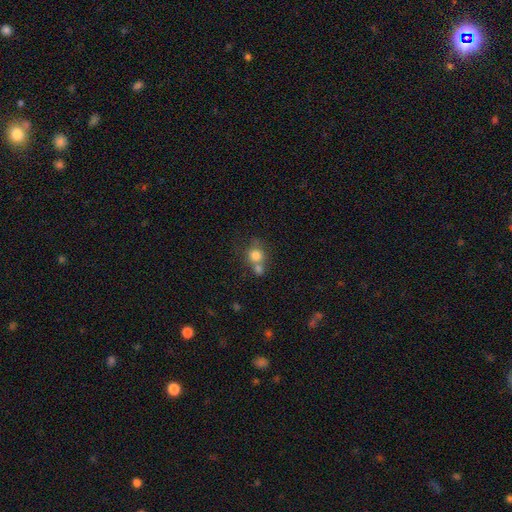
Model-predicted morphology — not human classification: Smooth or featured?
  - smooth: 77% *
  - star or artifact: 12%
  - featured or disk: 11%
How rounded?
  - round: 83% *
  - in between: 16%
  - cigar-shaped: 1%
Merging?
  - merger: 43% * (tied)
  - none: 43% * (tied)
  - minor disturbance: 10%
  - major disturbance: 5%